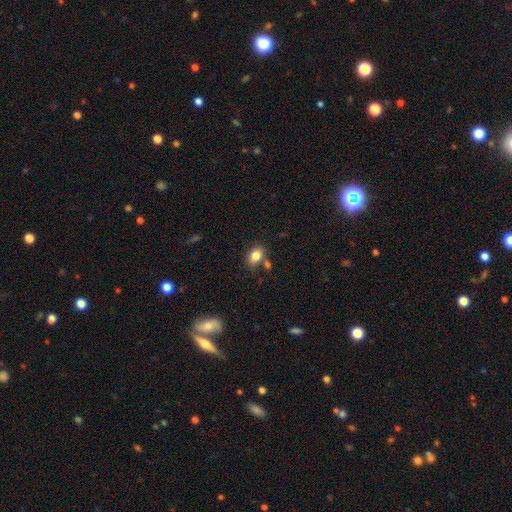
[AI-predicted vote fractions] Smooth or featured?
  - smooth: 82% *
  - star or artifact: 9%
  - featured or disk: 8%
How rounded?
  - in between: 79% *
  - round: 20%
  - cigar-shaped: 1%
Merging?
  - none: 69% *
  - minor disturbance: 14%
  - merger: 13%
  - major disturbance: 4%